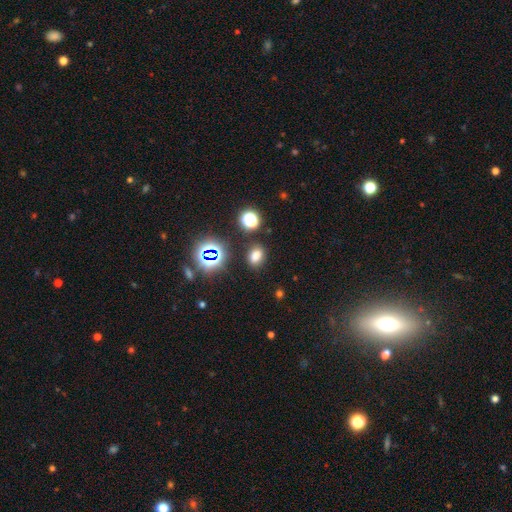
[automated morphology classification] A smooth galaxy with no disk features (71%) that is in between round and cigar-shaped (65%).

Vote fractions:
- Smooth or featured? smooth: 71% / star or artifact: 22% / featured or disk: 7%
- How rounded? in between: 65% / round: 33% / cigar-shaped: 1%
- Merging? none: 82% / minor disturbance: 11% / merger: 4% / major disturbance: 4%